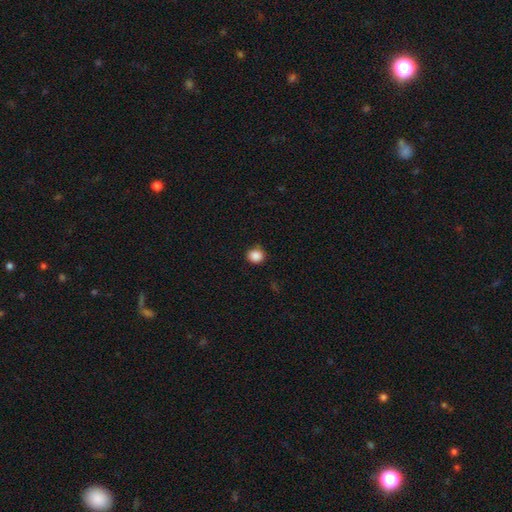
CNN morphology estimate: Overall: smooth (88%). How rounded: round (82%). Merging: none (87%).